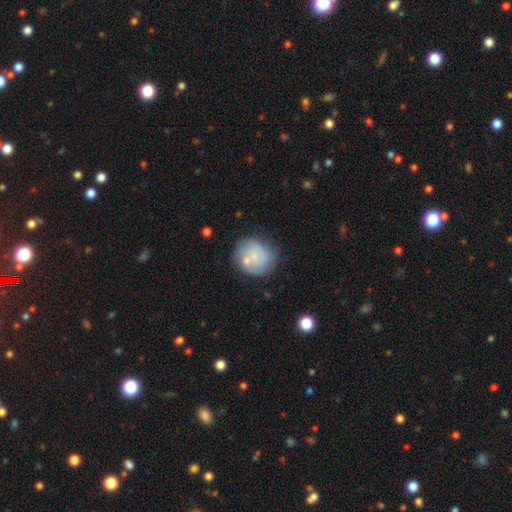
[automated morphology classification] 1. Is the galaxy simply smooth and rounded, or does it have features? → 47% smooth, 45% featured or disk, 8% star or artifact.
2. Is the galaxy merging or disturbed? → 56% none, 22% minor disturbance, 13% merger, 9% major disturbance.